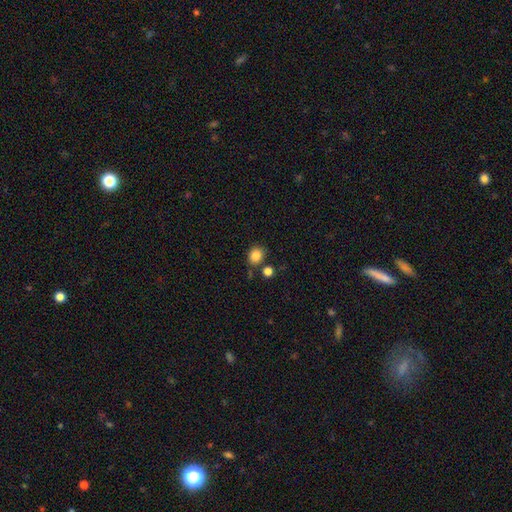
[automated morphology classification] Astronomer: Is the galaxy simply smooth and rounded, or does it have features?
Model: smooth — 85%.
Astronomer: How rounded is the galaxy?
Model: round — 67%.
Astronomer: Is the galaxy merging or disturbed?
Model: none — 76%.